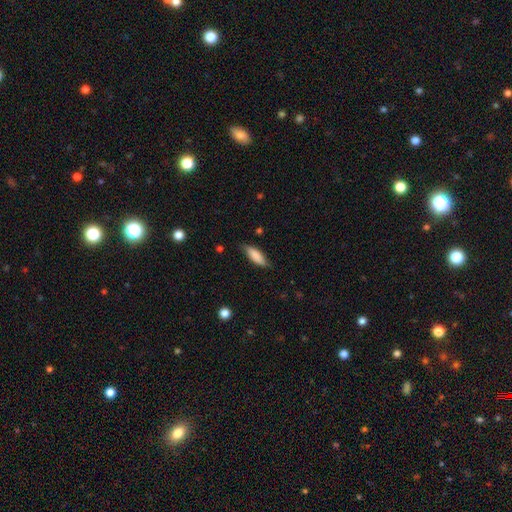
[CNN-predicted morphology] This appears to be a smooth galaxy with no disk features (82%) that is in between round and cigar-shaped (58%). Merging: none (76%).